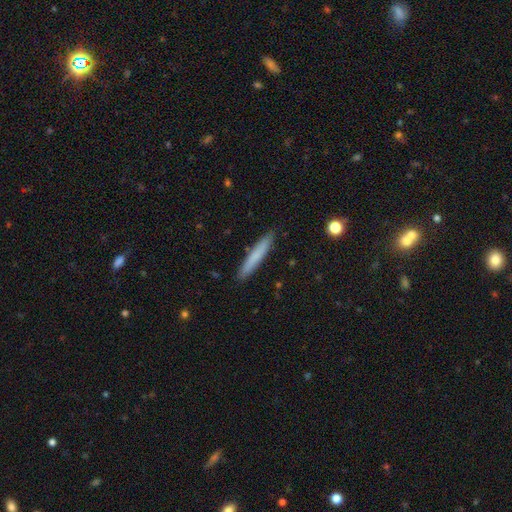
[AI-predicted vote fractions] Smooth or featured: smooth — 75% (featured or disk — 19%)
How rounded: cigar-shaped — 95% (in between — 4%)
Merging: none — 90% (minor disturbance — 7%)